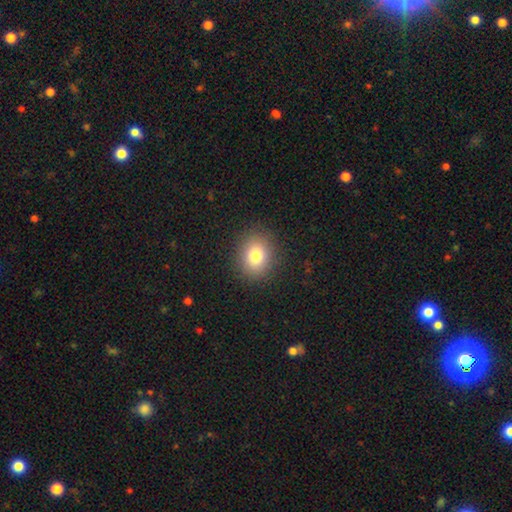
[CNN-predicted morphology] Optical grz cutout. It shows a smooth galaxy with no disk features (79%) that is round (63%). Merging: none (88%).